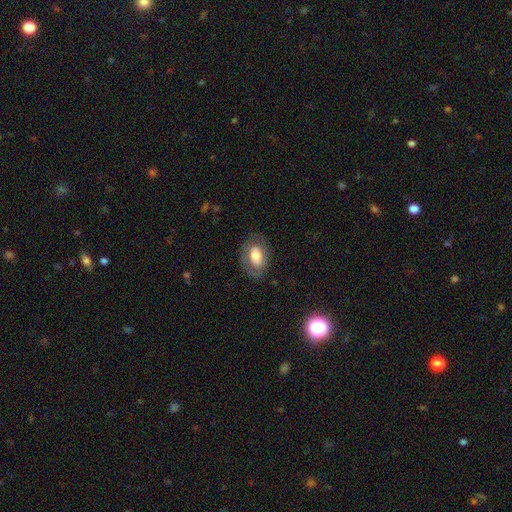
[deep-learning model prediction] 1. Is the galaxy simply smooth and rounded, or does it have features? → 58% smooth, 35% featured or disk, 7% star or artifact.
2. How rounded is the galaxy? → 88% in between, 10% round, 2% cigar-shaped.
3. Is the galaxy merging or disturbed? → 75% none, 16% minor disturbance, 8% major disturbance, 1% merger.